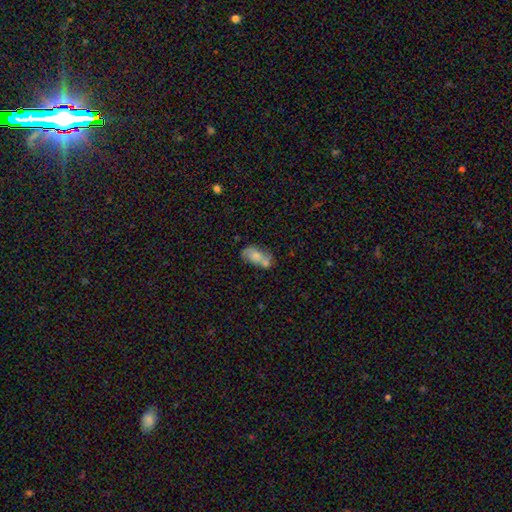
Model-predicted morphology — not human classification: smooth 60%, featured or disk 30%, star or artifact 9%. Down the decision tree: how rounded — in between (88%); merging — merger (41%).